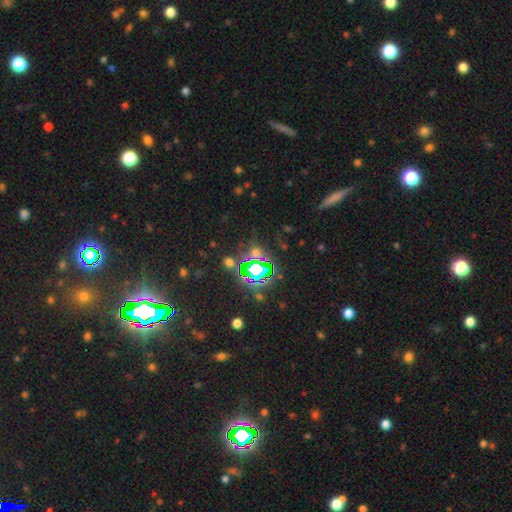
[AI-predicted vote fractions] star or artifact 75%, smooth 15%, featured or disk 9%.